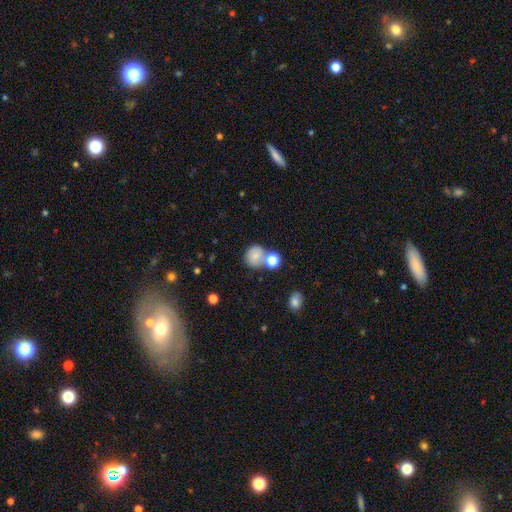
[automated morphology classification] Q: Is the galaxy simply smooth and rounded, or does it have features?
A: smooth — 76%.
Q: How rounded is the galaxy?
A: round — 80%.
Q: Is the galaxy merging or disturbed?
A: none — 51%.